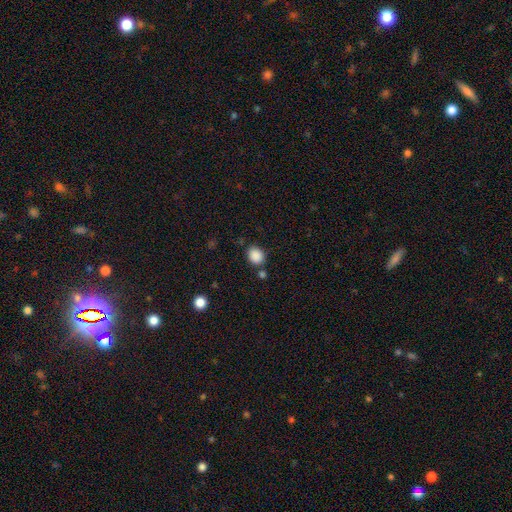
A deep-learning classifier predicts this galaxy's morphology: Q: Smooth or featured?
A: smooth (87%); runner-up: star or artifact (9%)
Q: How rounded?
A: round (59%); runner-up: in between (40%)
Q: Merging?
A: none (76%); runner-up: minor disturbance (13%)